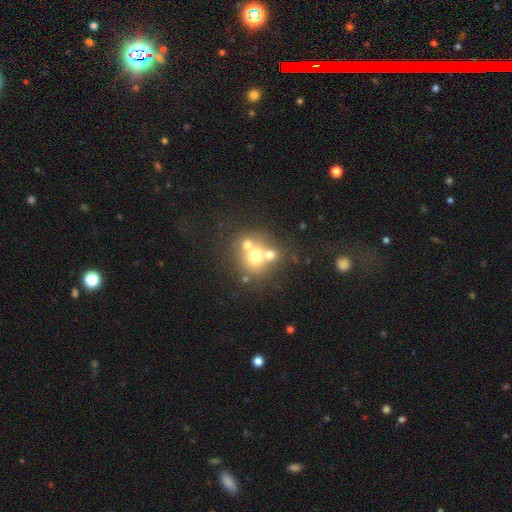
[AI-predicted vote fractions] The model was most divided on "merging": merger: 51%, none: 37%, minor disturbance: 7%, major disturbance: 5%. More confident: how rounded — round (77%); smooth or featured — smooth (59%).